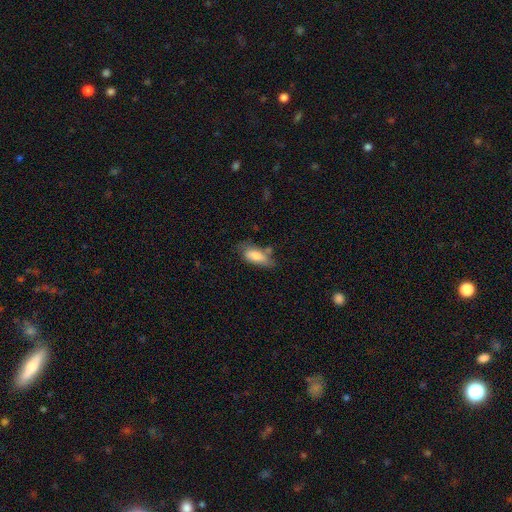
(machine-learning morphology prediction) This appears to be a smooth galaxy with no disk features (73%) that is in between round and cigar-shaped (78%). Merging: none (49%).